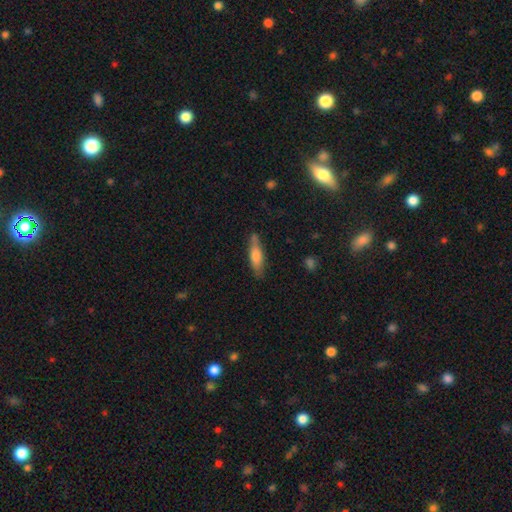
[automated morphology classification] Smooth or featured? smooth (62%)
How rounded? cigar-shaped (69%)
Merging? none (76%)